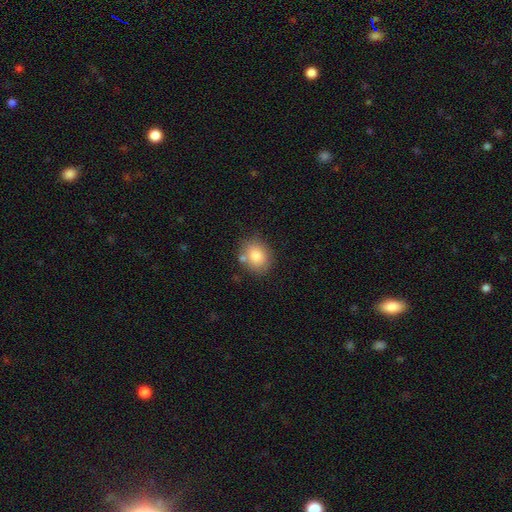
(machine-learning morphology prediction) Smooth or featured? smooth (82%)
How rounded? round (60%)
Merging? none (74%)